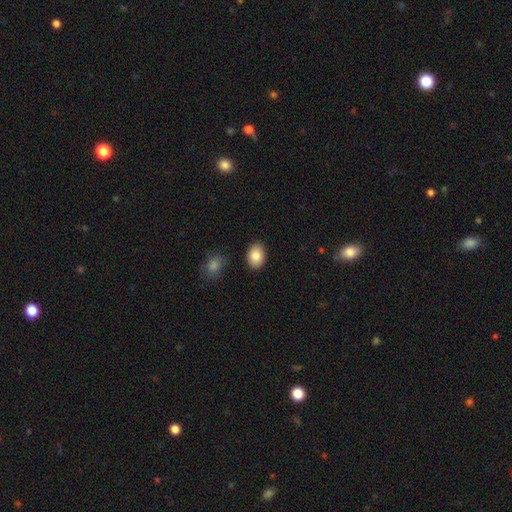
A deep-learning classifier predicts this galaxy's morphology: smooth-or-featured: smooth: 86% | featured or disk: 7% | star or artifact: 7%
  how-rounded: in between: 78% | round: 20% | cigar-shaped: 1%
  merging: none: 87% | minor disturbance: 9% | merger: 2% | major disturbance: 2%